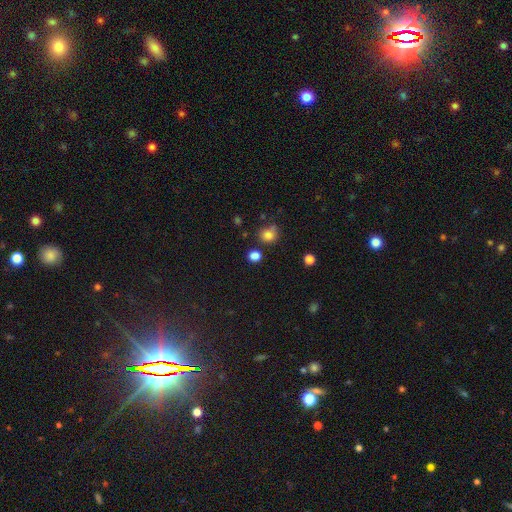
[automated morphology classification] Smooth or featured?
  - smooth: 80% *
  - star or artifact: 16%
  - featured or disk: 5%
How rounded?
  - round: 74% *
  - in between: 25%
  - cigar-shaped: 1%
Merging?
  - none: 79% *
  - minor disturbance: 11%
  - merger: 7%
  - major disturbance: 3%